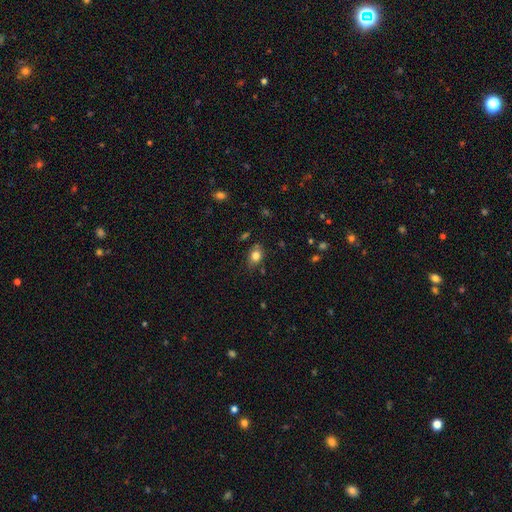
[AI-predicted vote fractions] Overall: smooth (81%). How rounded: in between (62%; round 37%). Merging: none (76%).